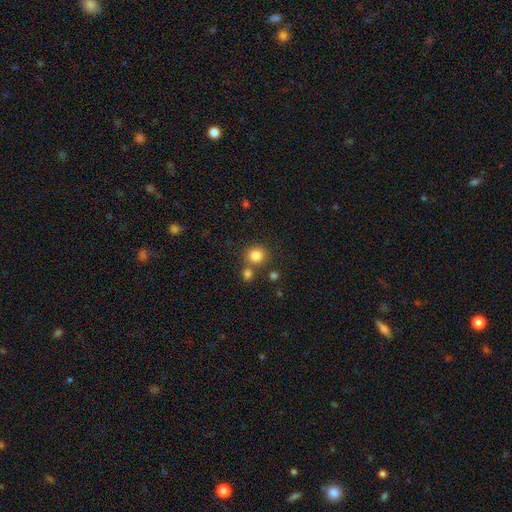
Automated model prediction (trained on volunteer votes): Smooth or featured: smooth — 83% (star or artifact — 12%)
How rounded: round — 88% (in between — 11%)
Merging: none — 71% (merger — 17%)